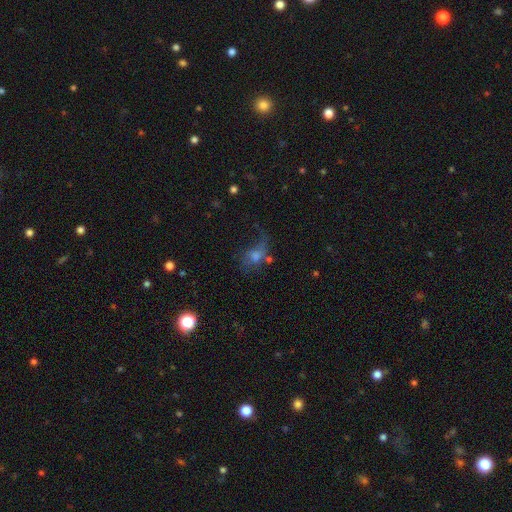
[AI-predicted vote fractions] A smooth galaxy with no disk features (40%).

Vote fractions:
- Smooth or featured? smooth: 40% / featured or disk: 39% / star or artifact: 21%
- Merging? major disturbance: 37% / none: 34% / minor disturbance: 21% / merger: 8%